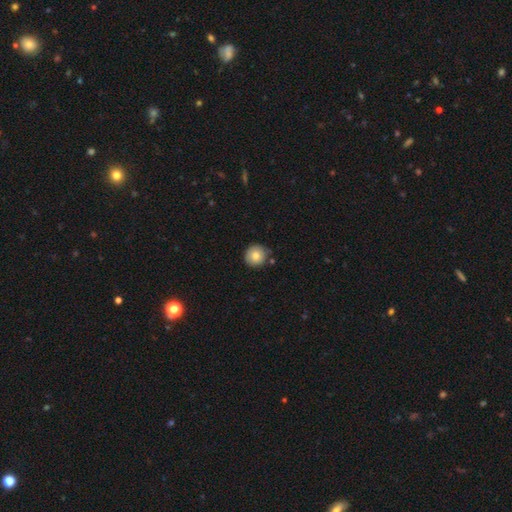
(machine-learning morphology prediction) Smooth or featured? smooth (81%)
How rounded? round (94%)
Merging? none (82%)